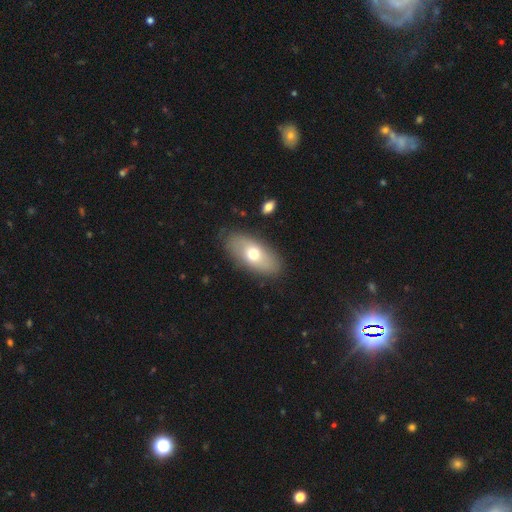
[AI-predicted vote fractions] smooth_or_featured: smooth (p=0.53) [alt: featured or disk p=0.33]
how_rounded: in between (p=0.86) [alt: cigar-shaped p=0.07]
merging: none (p=0.87) [alt: minor disturbance p=0.09]